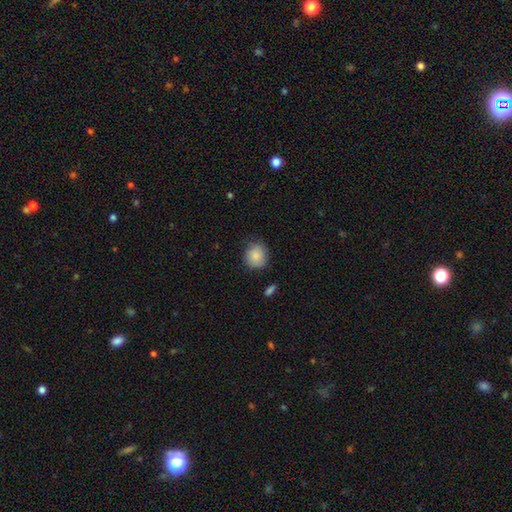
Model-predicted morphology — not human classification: Overall: smooth (87%). How rounded: round (80%). Merging: none (76%).